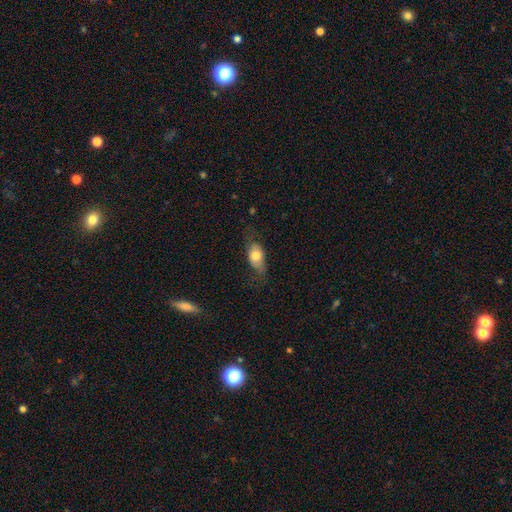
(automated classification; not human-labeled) This appears to be a smooth galaxy with no disk features (69%) that is in between round and cigar-shaped (84%). Merging: none (59%).